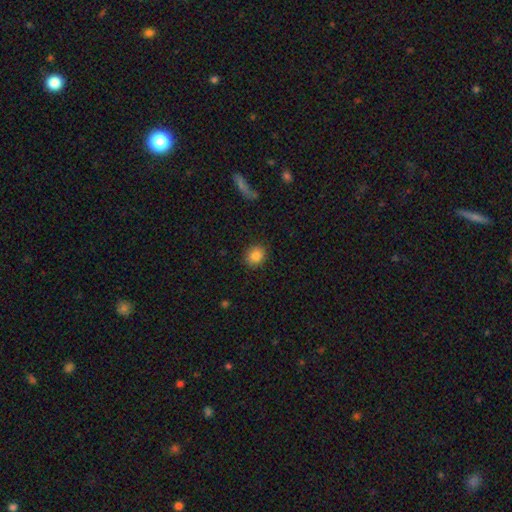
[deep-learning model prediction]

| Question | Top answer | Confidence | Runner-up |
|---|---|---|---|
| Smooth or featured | smooth | 84% | star or artifact (10%) |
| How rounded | round | 71% | in between (28%) |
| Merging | none | 89% | minor disturbance (7%) |